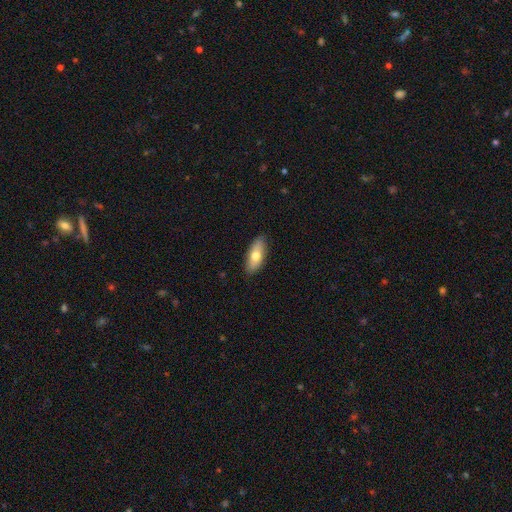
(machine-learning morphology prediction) This is likely a smooth galaxy (68%). How rounded: likely in between (77%). Merging: clearly none (87%).